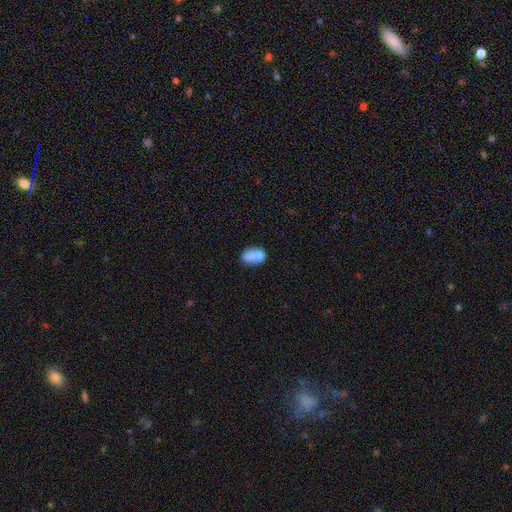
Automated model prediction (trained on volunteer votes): This appears to be a smooth galaxy with no disk features (75%) that is in between round and cigar-shaped (85%). Merging: none (42%).